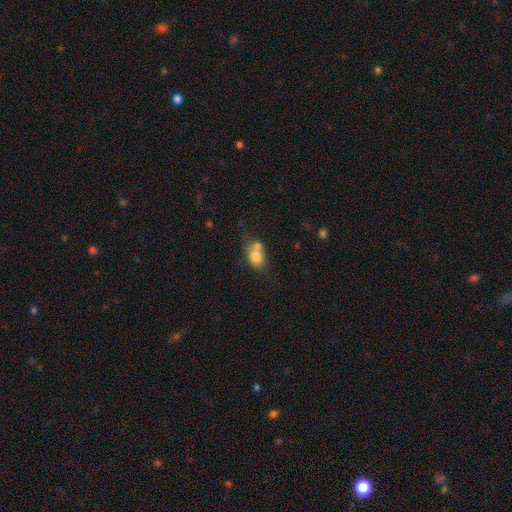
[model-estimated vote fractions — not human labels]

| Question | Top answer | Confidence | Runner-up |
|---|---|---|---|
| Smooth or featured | smooth | 76% | featured or disk (14%) |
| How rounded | in between | 64% | round (34%) |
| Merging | merger | 48% | none (35%) |